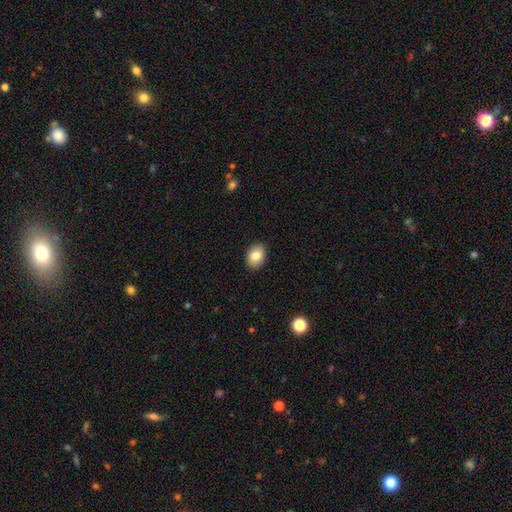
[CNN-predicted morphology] Smooth or featured: smooth — 85% (star or artifact — 8%)
How rounded: in between — 73% (round — 26%)
Merging: none — 90% (minor disturbance — 7%)